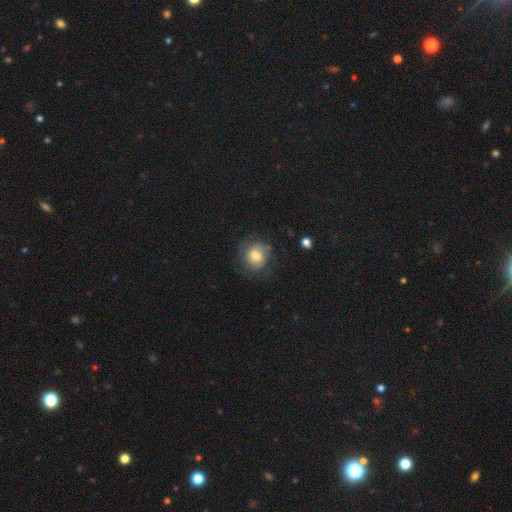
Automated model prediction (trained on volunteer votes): Smooth or featured? smooth (56%)
How rounded? round (76%)
Merging? none (65%)